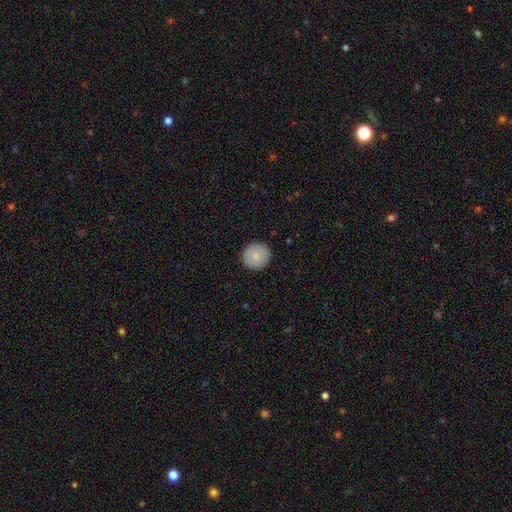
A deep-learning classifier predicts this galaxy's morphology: Smooth or featured: smooth — 83% (featured or disk — 10%)
How rounded: round — 93% (in between — 6%)
Merging: none — 91% (minor disturbance — 7%)